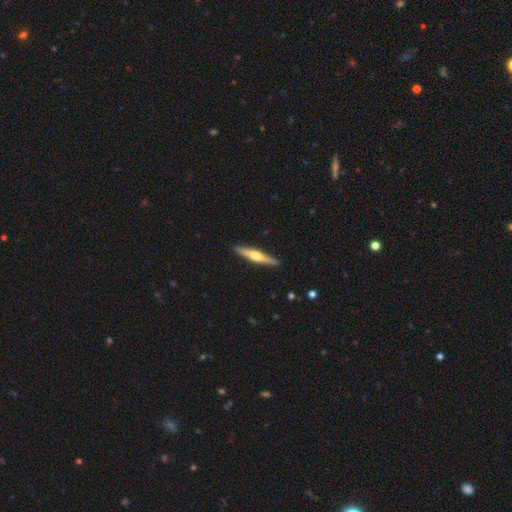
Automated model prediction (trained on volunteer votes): The model was most divided on "smooth or featured": featured or disk: 59%, smooth: 36%, star or artifact: 5%. More confident: edge-on disk — yes (96%); merging — none (91%); edge-on bulge — rounded (91%).